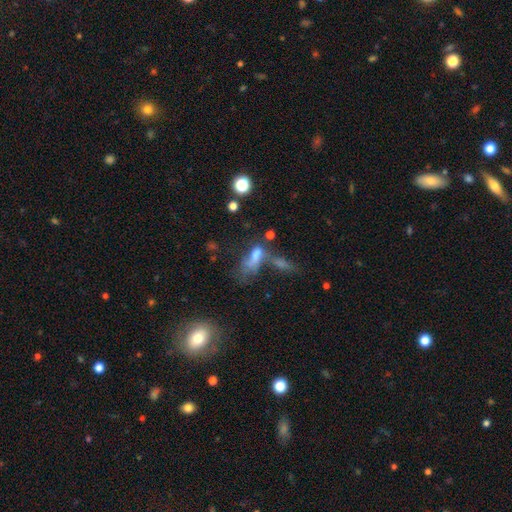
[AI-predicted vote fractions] Morphology: type=smooth (52%); roundness=in between (67%); merging=merger (41%).